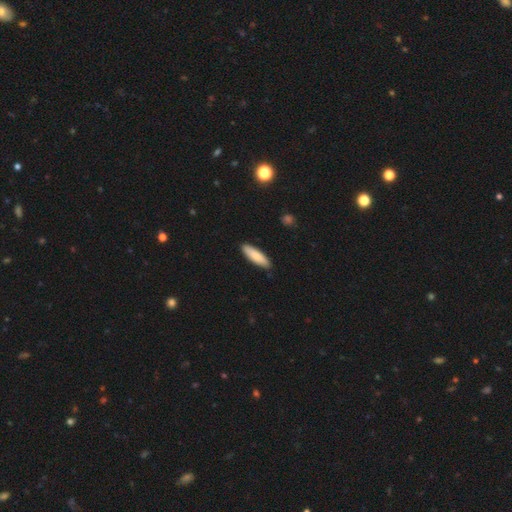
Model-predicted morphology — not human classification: Smooth or featured: smooth — 85% (featured or disk — 10%)
How rounded: cigar-shaped — 57% (in between — 41%)
Merging: none — 89% (minor disturbance — 9%)